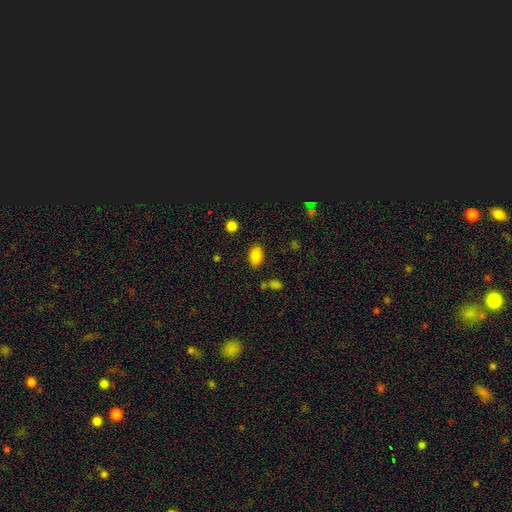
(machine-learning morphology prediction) Smooth or featured? smooth (84%)
How rounded? in between (88%)
Merging? none (83%)